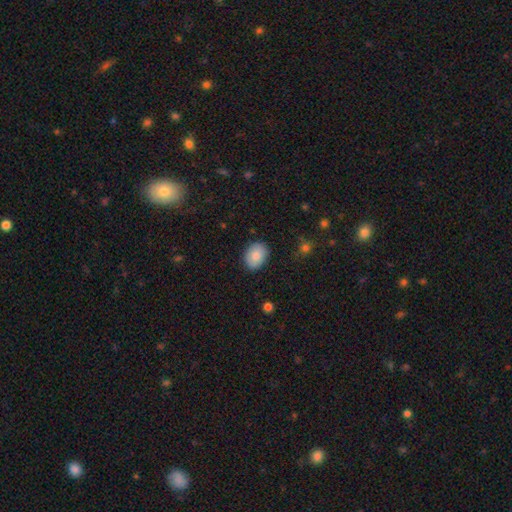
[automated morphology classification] A smooth galaxy with no disk features (85%) that is in between round and cigar-shaped (69%).

Vote fractions:
- Smooth or featured? smooth: 85% / featured or disk: 8% / star or artifact: 7%
- How rounded? in between: 69% / round: 30% / cigar-shaped: 1%
- Merging? none: 86% / minor disturbance: 11% / major disturbance: 2% / merger: 1%